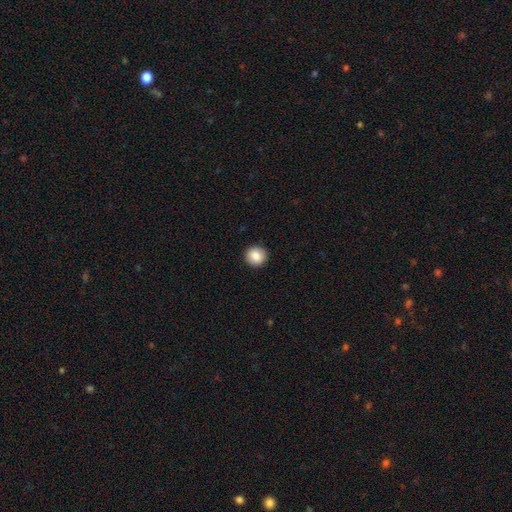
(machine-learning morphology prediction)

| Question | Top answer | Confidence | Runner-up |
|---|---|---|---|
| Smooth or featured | smooth | 86% | star or artifact (8%) |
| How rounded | round | 94% | in between (5%) |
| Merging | none | 92% | minor disturbance (5%) |